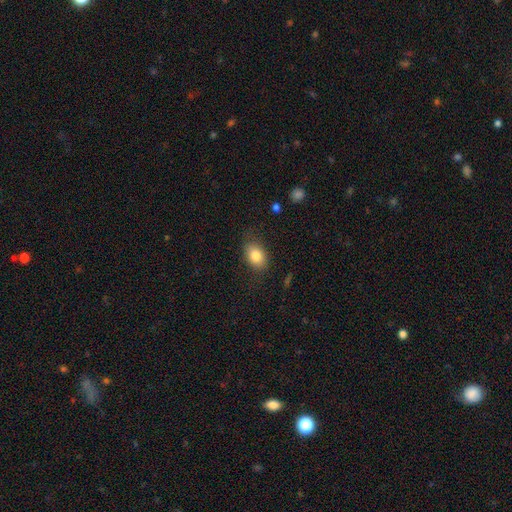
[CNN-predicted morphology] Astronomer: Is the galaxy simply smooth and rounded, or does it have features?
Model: smooth — 83%.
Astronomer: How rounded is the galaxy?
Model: in between — 78%.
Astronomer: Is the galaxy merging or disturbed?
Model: none — 80%.